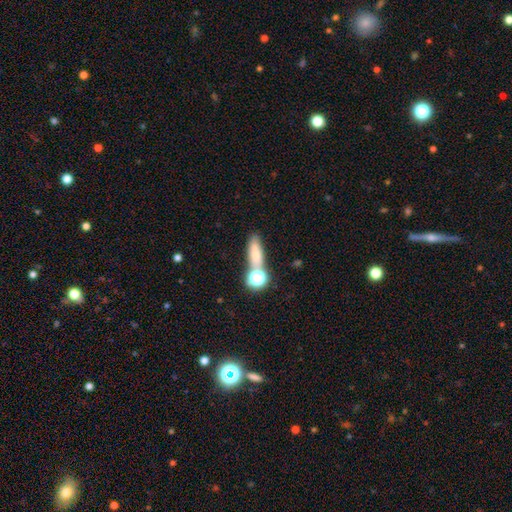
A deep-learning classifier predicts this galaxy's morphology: Smooth or featured?
  - smooth: 69% *
  - star or artifact: 16%
  - featured or disk: 15%
How rounded?
  - in between: 48% *
  - cigar-shaped: 36%
  - round: 16%
Merging?
  - none: 57% *
  - merger: 24%
  - minor disturbance: 13%
  - major disturbance: 6%